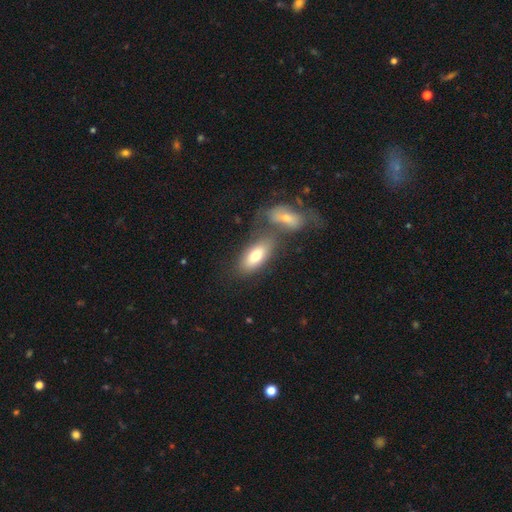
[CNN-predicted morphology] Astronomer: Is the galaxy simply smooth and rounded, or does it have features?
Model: smooth — 73%.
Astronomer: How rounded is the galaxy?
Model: in between — 85%.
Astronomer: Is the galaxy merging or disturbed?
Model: none — 51% (runner-up: merger, 31%).